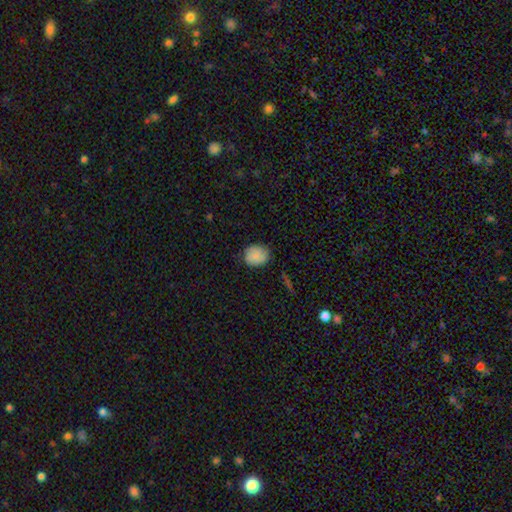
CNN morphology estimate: A smooth galaxy with no disk features (86%) that is round (64%). Merging: none (77%).